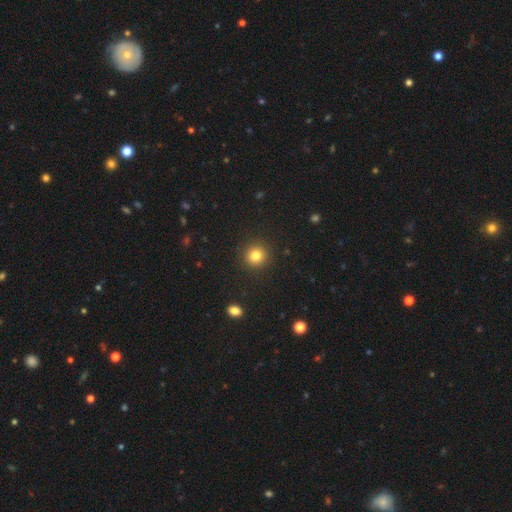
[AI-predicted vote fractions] Smooth or featured? smooth (81%)
How rounded? round (93%)
Merging? none (91%)